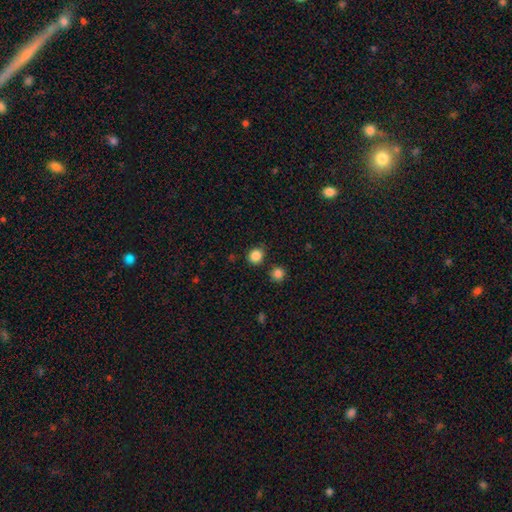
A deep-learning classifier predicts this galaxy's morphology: Q: Smooth or featured?
A: smooth (85%); runner-up: star or artifact (12%)
Q: How rounded?
A: round (85%); runner-up: in between (15%)
Q: Merging?
A: none (81%); runner-up: minor disturbance (11%)